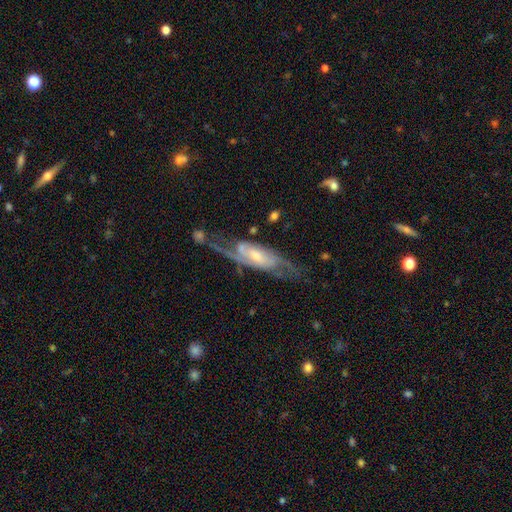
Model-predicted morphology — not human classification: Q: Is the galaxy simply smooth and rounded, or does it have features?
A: featured or disk — 82%.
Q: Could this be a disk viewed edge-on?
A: no — 84%.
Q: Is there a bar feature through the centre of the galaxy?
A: no — 42%, tied with weak.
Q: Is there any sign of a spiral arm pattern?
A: yes — 93%.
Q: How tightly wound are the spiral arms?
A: medium — 45%.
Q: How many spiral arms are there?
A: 2 — 71%.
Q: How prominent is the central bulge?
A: small — 44%.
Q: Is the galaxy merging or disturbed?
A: none — 52%.